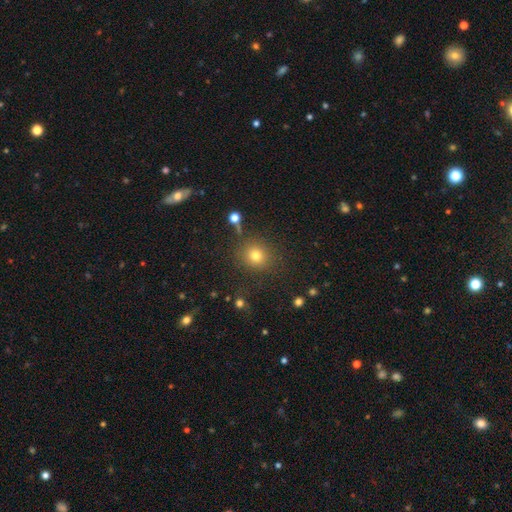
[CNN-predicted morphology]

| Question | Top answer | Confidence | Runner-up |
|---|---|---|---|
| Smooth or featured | smooth | 76% | star or artifact (16%) |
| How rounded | round | 87% | in between (12%) |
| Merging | none | 84% | minor disturbance (9%) |